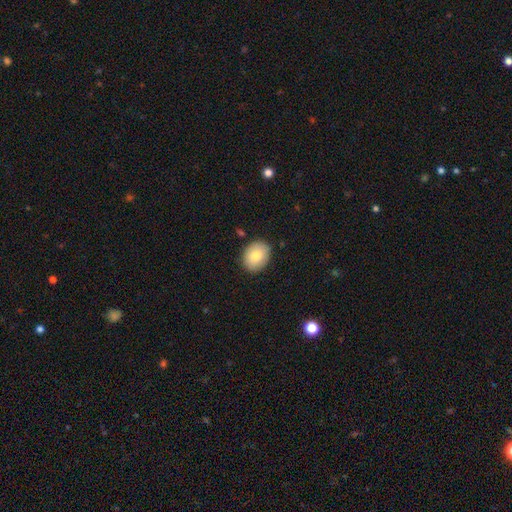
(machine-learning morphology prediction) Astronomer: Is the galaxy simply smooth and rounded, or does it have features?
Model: smooth — 81%.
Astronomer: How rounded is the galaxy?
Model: in between — 54% (runner-up: round, 45%).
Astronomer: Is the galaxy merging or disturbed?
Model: none — 86%.